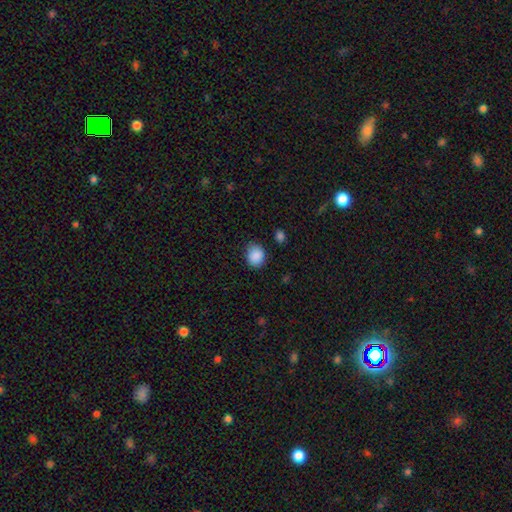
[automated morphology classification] Smooth or featured?
  - smooth: 89% *
  - star or artifact: 8%
  - featured or disk: 3%
How rounded?
  - round: 63% *
  - in between: 36%
  - cigar-shaped: 1%
Merging?
  - none: 77% *
  - minor disturbance: 17%
  - major disturbance: 4%
  - merger: 2%